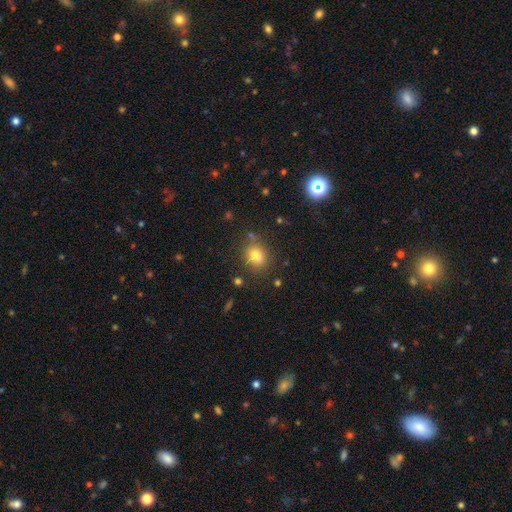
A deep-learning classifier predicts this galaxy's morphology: The model was most divided on "how rounded": round: 59%, in between: 40%, cigar-shaped: 1%. More confident: smooth or featured — smooth (79%); merging — none (78%).